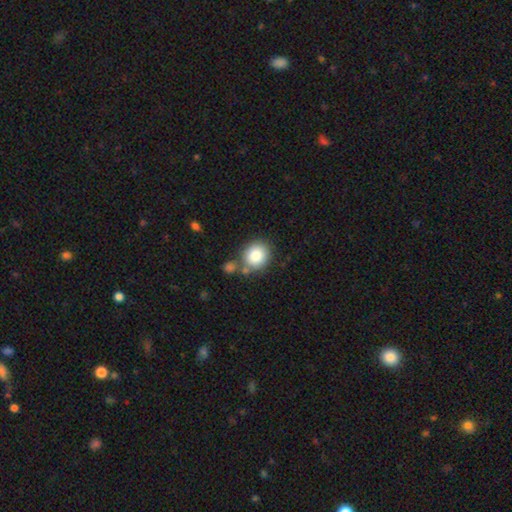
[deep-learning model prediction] This appears to be a smooth galaxy with no disk features (84%) that is round (77%). Merging: none (67%).